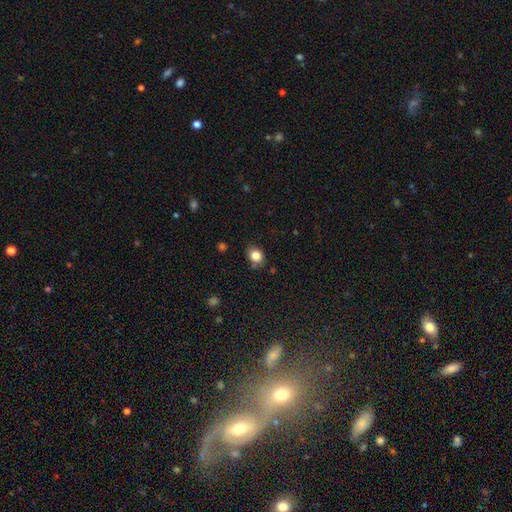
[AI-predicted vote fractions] Smooth or featured? Predicted: smooth (p=0.84). How rounded? Predicted: round (p=0.52). Merging? Predicted: none (p=0.77).